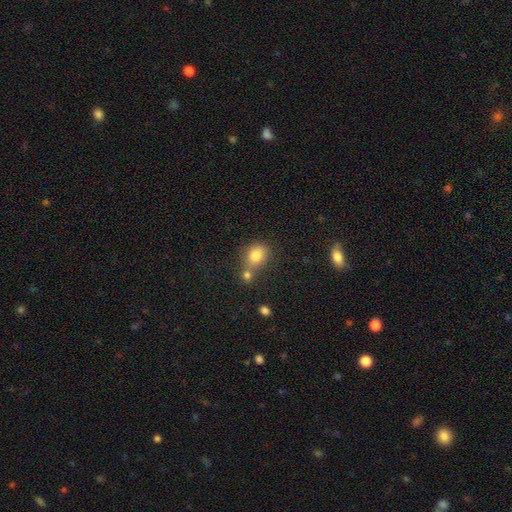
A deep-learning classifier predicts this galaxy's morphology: A smooth galaxy with no disk features (79%) that is round (53%). Merging: none (47%).